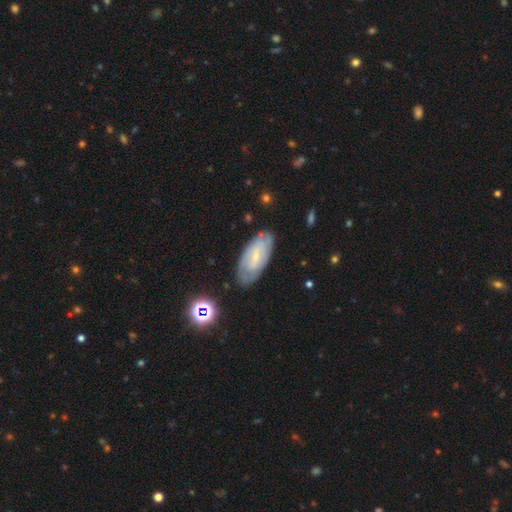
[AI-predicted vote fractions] Smooth or featured?
  - featured or disk: 59% *
  - smooth: 34%
  - star or artifact: 7%
Edge-on disk?
  - no: 90% *
  - yes: 10%
Bar?
  - weak: 45% *
  - no: 40%
  - strong: 15%
Spiral arms?
  - yes: 73% *
  - no: 27%
Bulge size?
  - small: 73% *
  - moderate: 18%
  - none: 6%
  - large: 1%
  - dominant: 1%
Merging?
  - none: 75% *
  - minor disturbance: 18%
  - major disturbance: 5%
  - merger: 2%